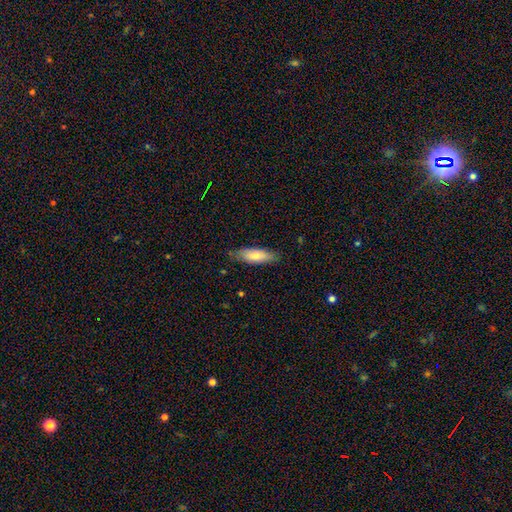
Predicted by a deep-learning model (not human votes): A smooth galaxy with no disk features (74%) that is in between round and cigar-shaped (56%).

Vote fractions:
- Smooth or featured? smooth: 74% / featured or disk: 20% / star or artifact: 6%
- How rounded? in between: 56% / cigar-shaped: 42% / round: 2%
- Merging? none: 79% / minor disturbance: 17% / major disturbance: 3% / merger: 1%